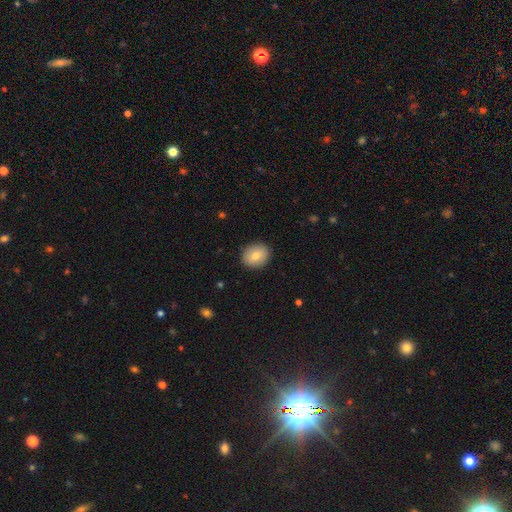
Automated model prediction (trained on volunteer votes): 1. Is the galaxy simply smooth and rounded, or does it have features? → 83% smooth, 10% featured or disk, 7% star or artifact.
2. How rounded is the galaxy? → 58% round, 41% in between, 1% cigar-shaped.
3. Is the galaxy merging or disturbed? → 90% none, 8% minor disturbance, 2% major disturbance, 1% merger.